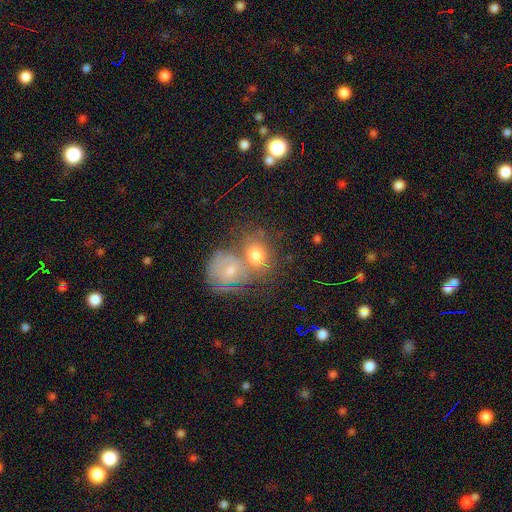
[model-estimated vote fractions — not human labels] Smooth or featured? Predicted: smooth (p=0.58). How rounded? Predicted: round (p=0.61). Merging? Predicted: merger (p=0.50).